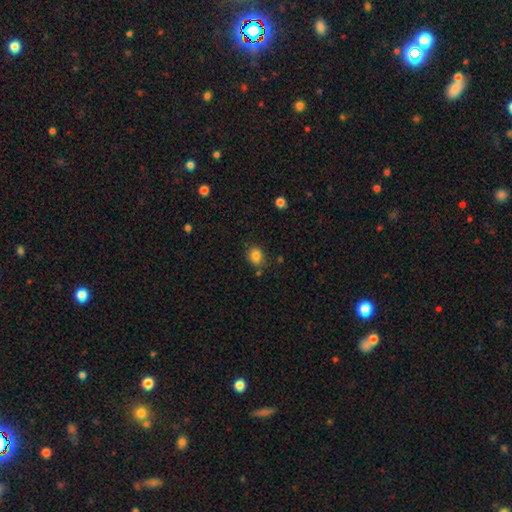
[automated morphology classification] Smooth or featured: smooth — 84% (star or artifact — 11%)
How rounded: round — 52% (in between — 47%)
Merging: none — 79% (minor disturbance — 13%)